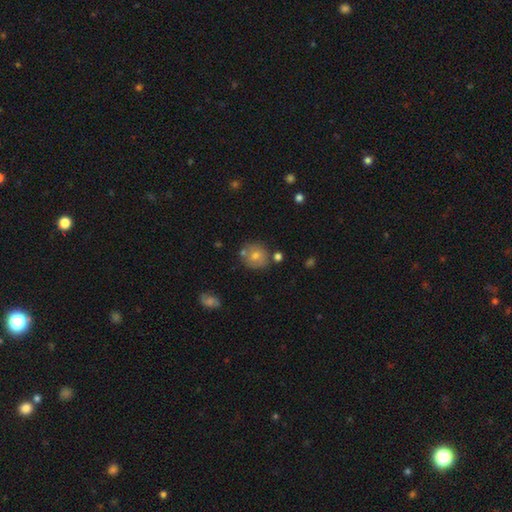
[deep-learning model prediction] smooth 70%, featured or disk 20%, star or artifact 11%. Down the decision tree: how rounded — round (85%); merging — none (71%).